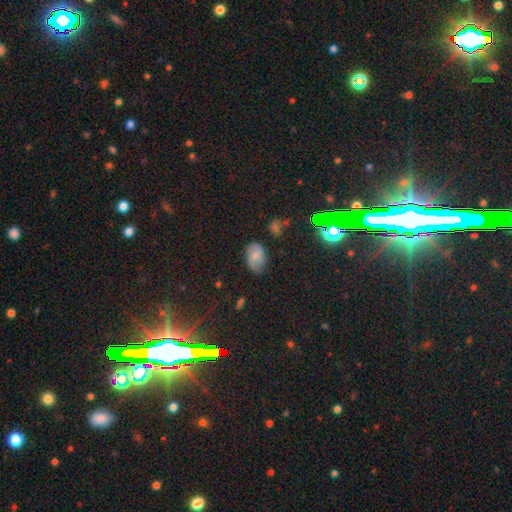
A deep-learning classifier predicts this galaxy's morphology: smooth 54%, featured or disk 32%, star or artifact 14%. Down the decision tree: how rounded — in between (87%); merging — none (70%).